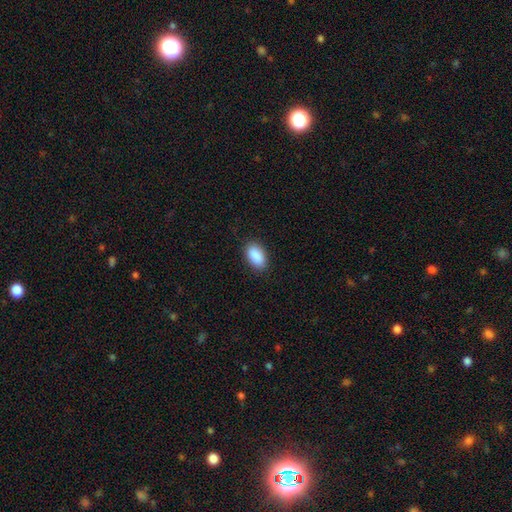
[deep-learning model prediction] A smooth galaxy with no disk features (90%) that is in between round and cigar-shaped (92%).

Vote fractions:
- Smooth or featured? smooth: 90% / star or artifact: 7% / featured or disk: 3%
- How rounded? in between: 92% / cigar-shaped: 4% / round: 4%
- Merging? none: 87% / minor disturbance: 10% / major disturbance: 2% / merger: 1%